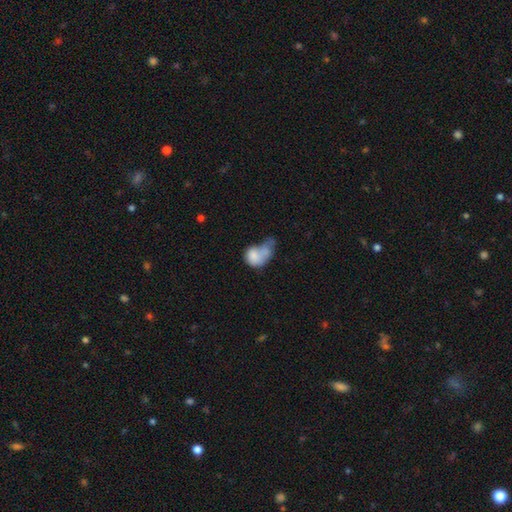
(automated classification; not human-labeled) smooth 73%, featured or disk 18%, star or artifact 9%. Down the decision tree: how rounded — in between (65%); merging — merger (39%).